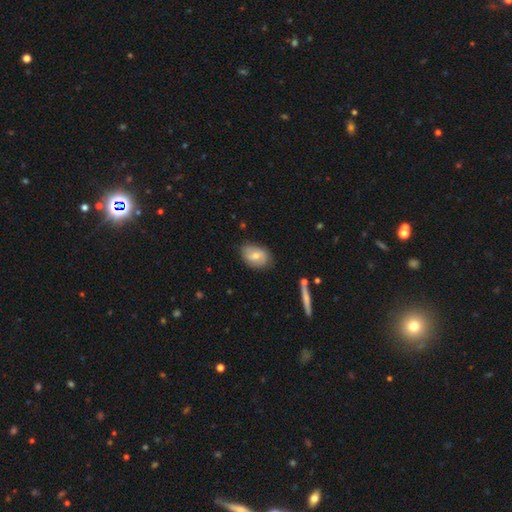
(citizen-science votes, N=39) smooth 59%, featured or disk 31%, star or artifact 10%. Down the decision tree: how rounded — in between (65%); merging — none (69%).